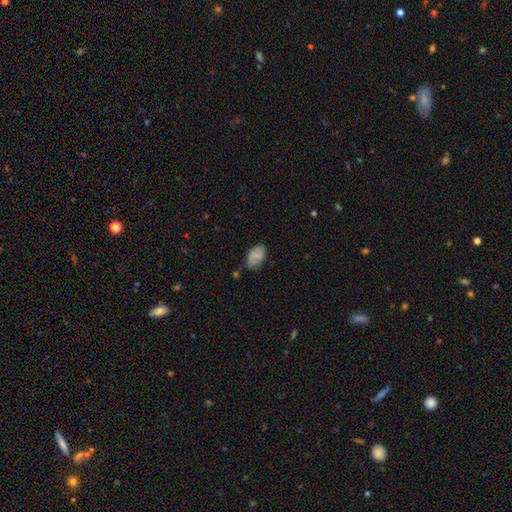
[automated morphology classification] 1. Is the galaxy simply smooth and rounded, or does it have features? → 74% smooth, 17% featured or disk, 9% star or artifact.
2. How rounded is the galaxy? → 90% in between, 9% round, 1% cigar-shaped.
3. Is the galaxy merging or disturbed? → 71% none, 22% minor disturbance, 5% major disturbance, 2% merger.